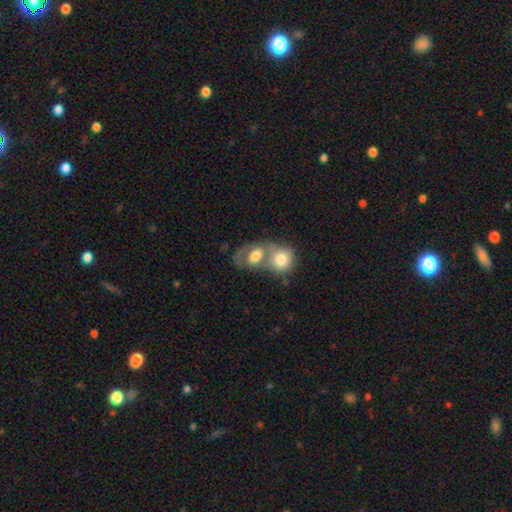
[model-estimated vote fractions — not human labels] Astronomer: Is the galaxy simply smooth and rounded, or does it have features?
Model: smooth — 60%.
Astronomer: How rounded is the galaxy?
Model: in between — 67%.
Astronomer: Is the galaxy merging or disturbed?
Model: merger — 67%.